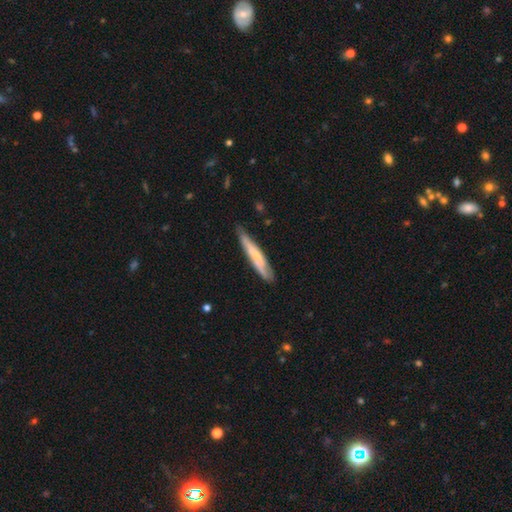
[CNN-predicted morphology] A smooth galaxy with no disk features (51%) that is cigar-shaped (91%).

Vote fractions:
- Smooth or featured? smooth: 51% / featured or disk: 43% / star or artifact: 6%
- How rounded? cigar-shaped: 91% / in between: 7% / round: 1%
- Merging? none: 73% / minor disturbance: 21% / major disturbance: 4% / merger: 2%